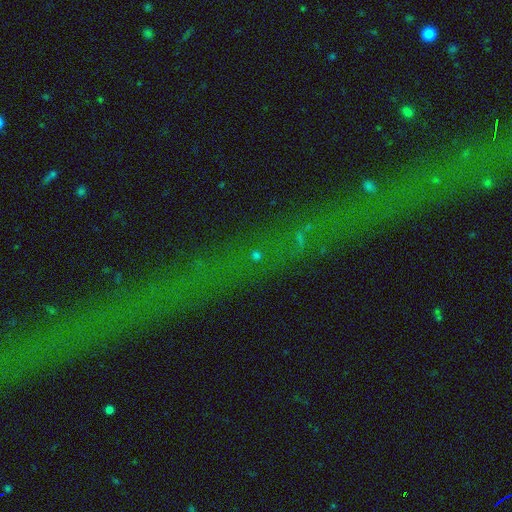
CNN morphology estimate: Overall: star or artifact (65%).